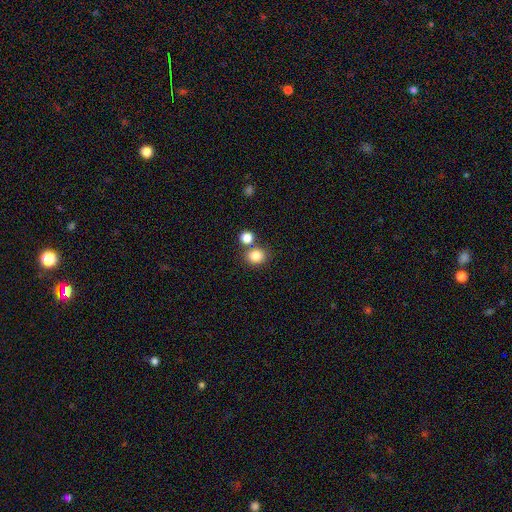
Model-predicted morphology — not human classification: Smooth or featured? Predicted: smooth (p=0.83). How rounded? Predicted: round (p=0.79). Merging? Predicted: none (p=0.69).